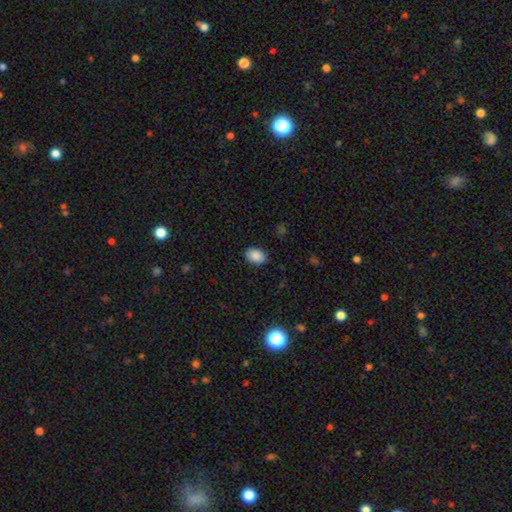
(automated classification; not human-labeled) The model was most divided on "how rounded": in between: 78%, round: 21%, cigar-shaped: 1%. More confident: merging — none (88%); smooth or featured — smooth (88%).